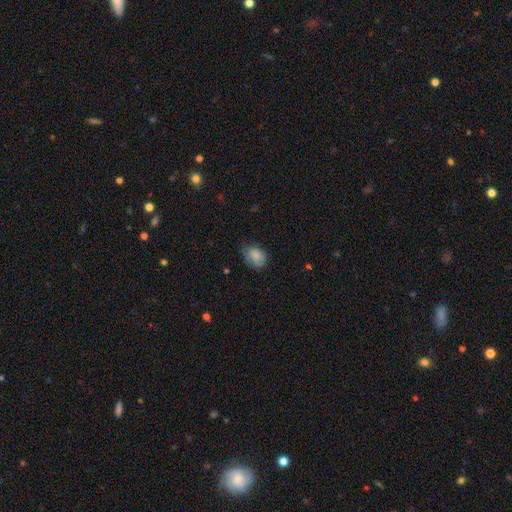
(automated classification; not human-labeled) A smooth galaxy with no disk features (79%) that is in between round and cigar-shaped (65%). Merging: none (52%).